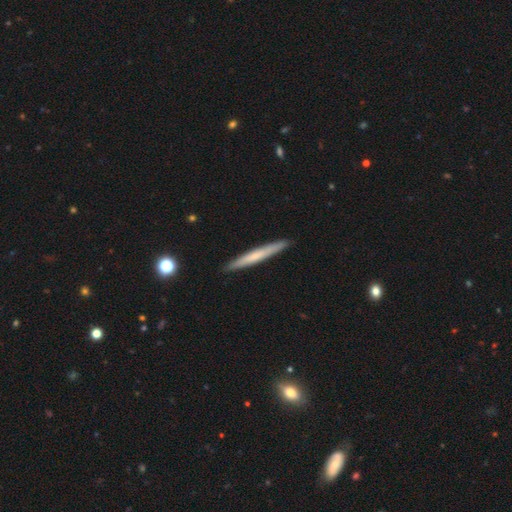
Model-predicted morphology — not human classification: The model was most divided on "smooth or featured": smooth: 54%, featured or disk: 40%, star or artifact: 6%. More confident: how rounded — cigar-shaped (96%); merging — none (92%).